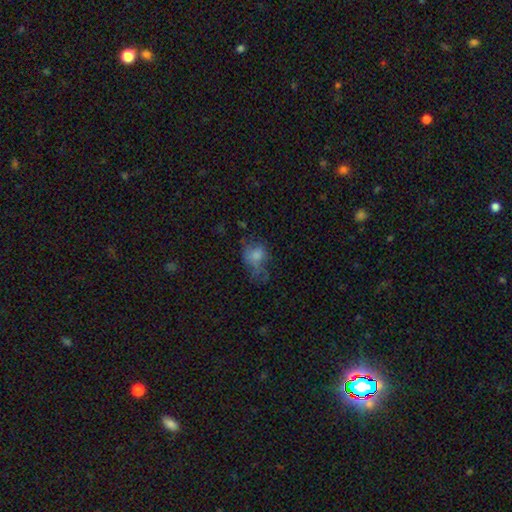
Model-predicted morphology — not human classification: smooth-or-featured: smooth: 65% | featured or disk: 23% | star or artifact: 13%
  how-rounded: in between: 58% | round: 41% | cigar-shaped: 1%
  merging: major disturbance: 39% | none: 31% | minor disturbance: 26% | merger: 4%